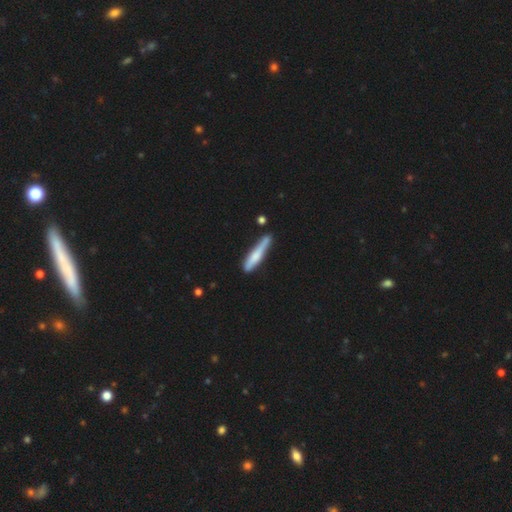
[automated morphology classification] A smooth galaxy with no disk features (61%) that is cigar-shaped (91%).

Vote fractions:
- Smooth or featured? smooth: 61% / featured or disk: 33% / star or artifact: 6%
- How rounded? cigar-shaped: 91% / in between: 7% / round: 1%
- Merging? none: 66% / minor disturbance: 23% / merger: 7% / major disturbance: 5%